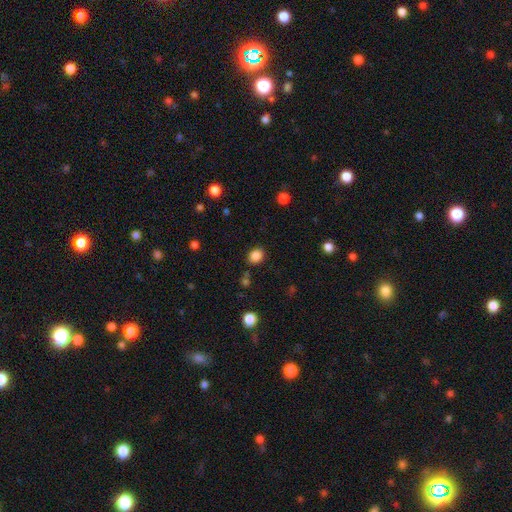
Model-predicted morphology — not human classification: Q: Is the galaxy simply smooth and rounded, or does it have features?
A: smooth — 85%.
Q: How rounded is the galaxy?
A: round — 63%.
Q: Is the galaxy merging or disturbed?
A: none — 84%.